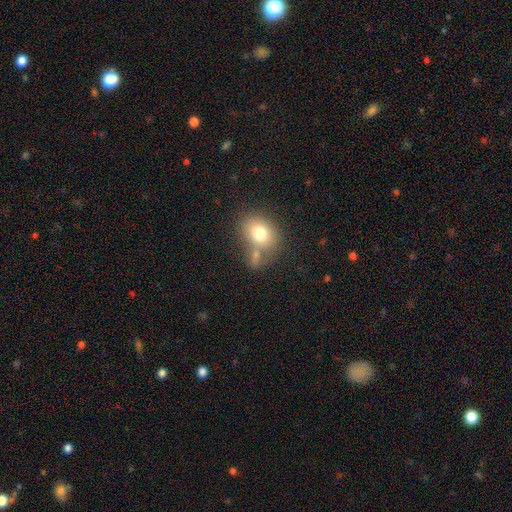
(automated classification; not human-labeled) A smooth galaxy with no disk features (75%) that is in between round and cigar-shaped (56%). Merging: none (51%).